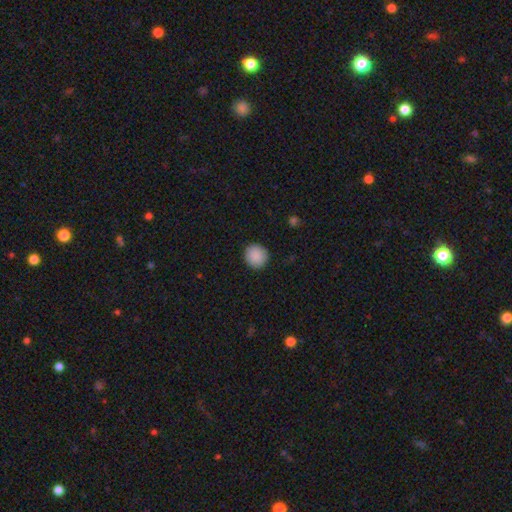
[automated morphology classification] This appears to be a smooth galaxy with no disk features (90%) that is round (93%). Merging: none (92%).